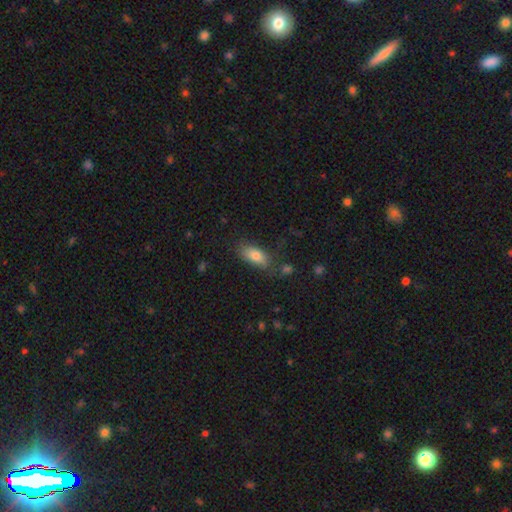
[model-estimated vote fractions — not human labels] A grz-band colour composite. It shows a smooth galaxy with no disk features (79%) that is in between round and cigar-shaped (85%). Merging: none (71%).